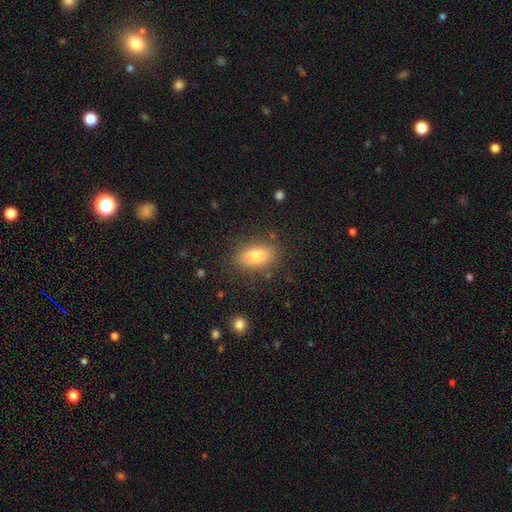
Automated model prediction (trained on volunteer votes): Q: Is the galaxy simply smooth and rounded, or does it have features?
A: smooth — 77%.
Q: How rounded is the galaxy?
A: in between — 87%.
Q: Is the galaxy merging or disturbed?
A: none — 82%.